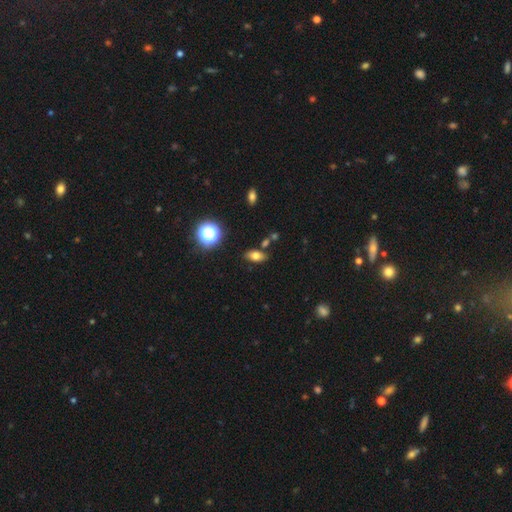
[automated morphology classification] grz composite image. It shows a smooth galaxy with no disk features (72%) that is in between round and cigar-shaped (84%). Merging: none (80%).